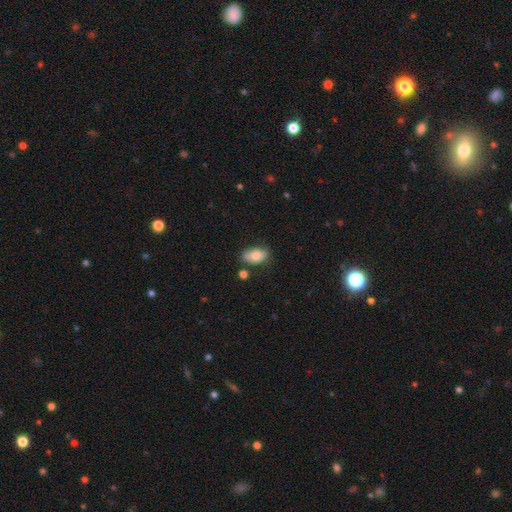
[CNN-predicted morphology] smooth-or-featured: smooth: 75% | featured or disk: 18% | star or artifact: 7%
  how-rounded: in between: 92% | round: 6% | cigar-shaped: 2%
  merging: none: 74% | minor disturbance: 17% | merger: 5% | major disturbance: 4%